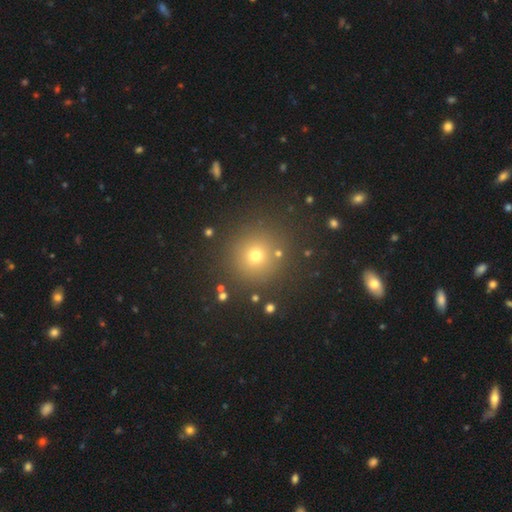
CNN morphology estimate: This appears to be a smooth galaxy with no disk features (67%) that is round (94%). Merging: none (87%).